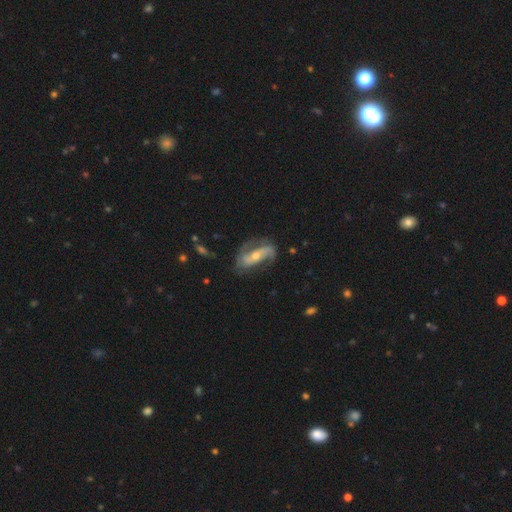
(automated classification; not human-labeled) smooth-or-featured: featured or disk: 83% | smooth: 11% | star or artifact: 6%
  disk-edge-on: no: 93% | yes: 7%
    bar: no: 36% | strong: 35% | weak: 29%
    has-spiral-arms: yes: 94% | no: 6%
      spiral-winding: loose: 44% | medium: 39% | tight: 18%
      spiral-arm-count: 2: 85% | can't tell: 6% | 1: 4% | 3: 3% | 4: 1% | more than 4: 1%
    bulge-size: small: 50% | moderate: 44% | large: 3% | none: 2% | dominant: 1%
  merging: none: 66% | minor disturbance: 20% | major disturbance: 12% | merger: 2%